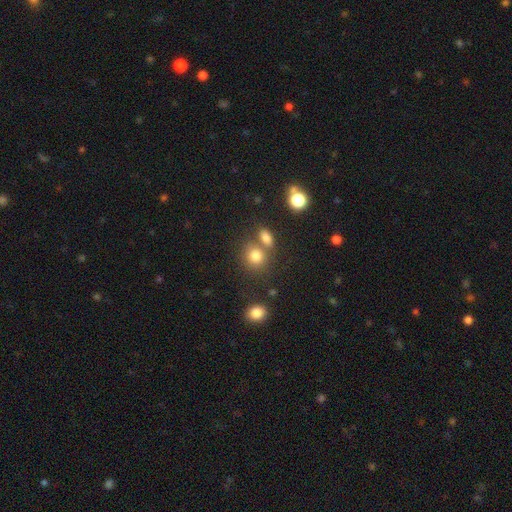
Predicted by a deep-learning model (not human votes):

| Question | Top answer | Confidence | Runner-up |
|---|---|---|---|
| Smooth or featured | smooth | 79% | star or artifact (13%) |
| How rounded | round | 74% | in between (25%) |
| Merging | none | 56% | merger (30%) |